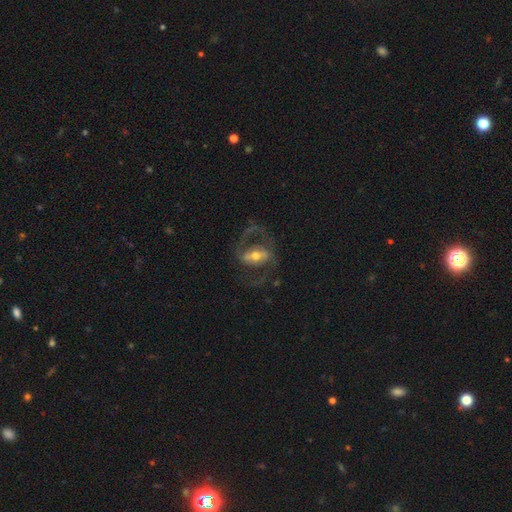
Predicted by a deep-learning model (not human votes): A featured or disk galaxy (82%) with a strong bar (48%), 2 (89%) medium (52%) spiral arms (88%) and a moderate central bulge (62%).

Vote fractions:
- Smooth or featured? featured or disk: 82% / smooth: 12% / star or artifact: 6%
- Edge-on disk? no: 95% / yes: 5%
- Bar? strong: 48% / weak: 33% / no: 19%
- Spiral arms? yes: 88% / no: 12%
- Spiral winding? medium: 52% / loose: 34% / tight: 13%
- Spiral arm count? 2: 89% / can't tell: 4% / 1: 4% / 3: 1% / 4: 1% / more than 4: 1%
- Bulge size? moderate: 62% / small: 27% / large: 8% / none: 1% / dominant: 1%
- Merging? none: 65% / major disturbance: 20% / minor disturbance: 13% / merger: 2%